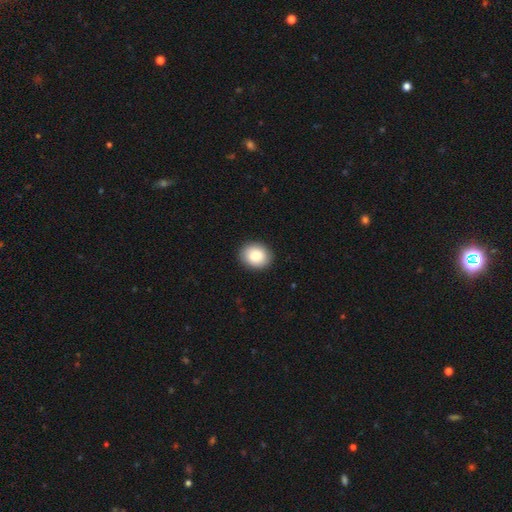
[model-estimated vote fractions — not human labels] A smooth galaxy with no disk features (84%) that is round (58%). Merging: none (90%).